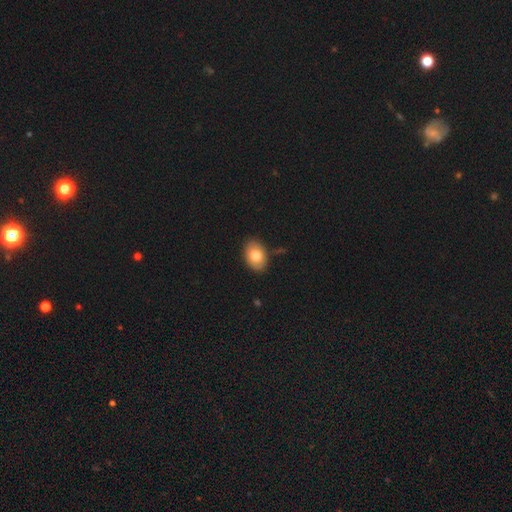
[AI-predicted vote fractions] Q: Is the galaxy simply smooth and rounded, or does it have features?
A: smooth — 75%.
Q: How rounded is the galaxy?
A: in between — 82%.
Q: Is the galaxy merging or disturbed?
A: none — 85%.